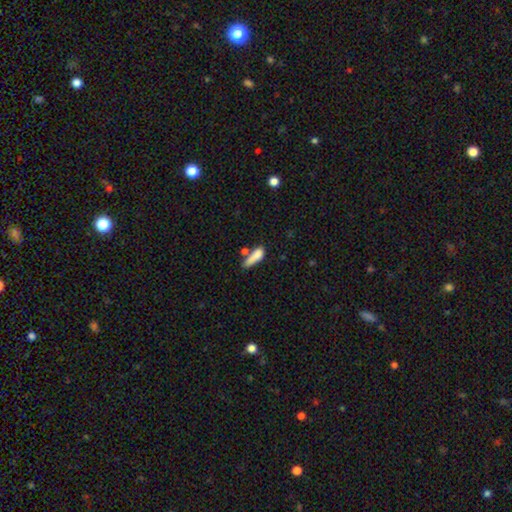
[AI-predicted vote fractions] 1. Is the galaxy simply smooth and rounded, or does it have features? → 78% smooth, 13% featured or disk, 9% star or artifact.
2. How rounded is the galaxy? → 49% cigar-shaped, 47% in between, 4% round.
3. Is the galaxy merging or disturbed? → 39% none, 25% minor disturbance, 23% merger, 13% major disturbance.